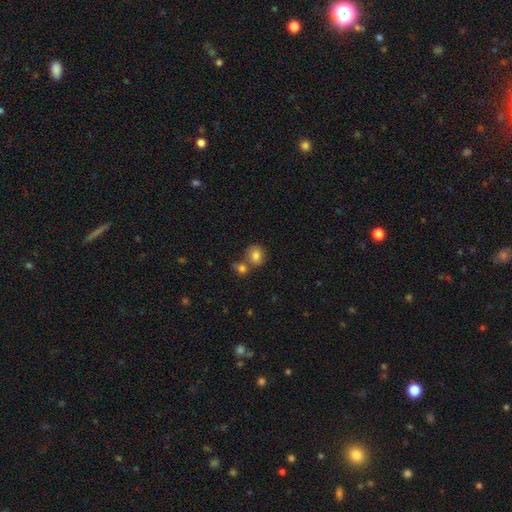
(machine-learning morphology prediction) A smooth galaxy with no disk features (81%) that is round (72%).

Vote fractions:
- Smooth or featured? smooth: 81% / star or artifact: 10% / featured or disk: 9%
- How rounded? round: 72% / in between: 27% / cigar-shaped: 1%
- Merging? none: 59% / merger: 27% / minor disturbance: 11% / major disturbance: 3%